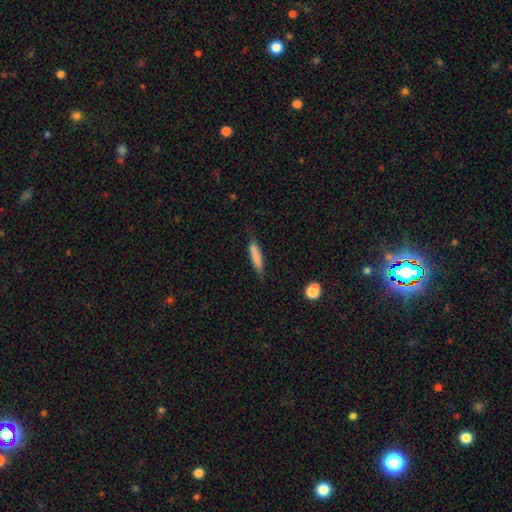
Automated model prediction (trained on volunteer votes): This appears to be a smooth galaxy with no disk features (79%) that is cigar-shaped (83%). Merging: none (69%).